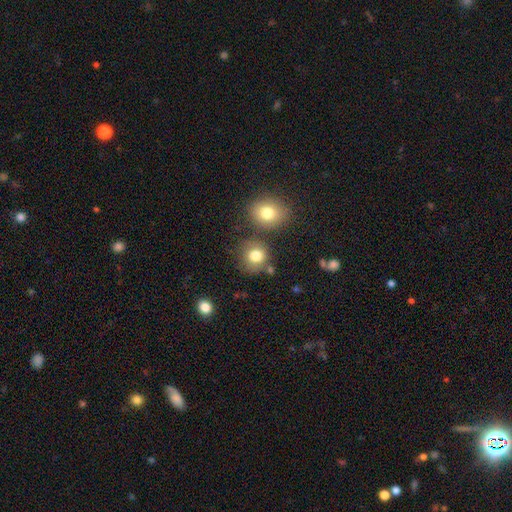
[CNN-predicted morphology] A smooth galaxy with no disk features (79%) that is round (84%).

Vote fractions:
- Smooth or featured? smooth: 79% / star or artifact: 12% / featured or disk: 9%
- How rounded? round: 84% / in between: 15% / cigar-shaped: 1%
- Merging? none: 68% / merger: 14% / minor disturbance: 12% / major disturbance: 5%